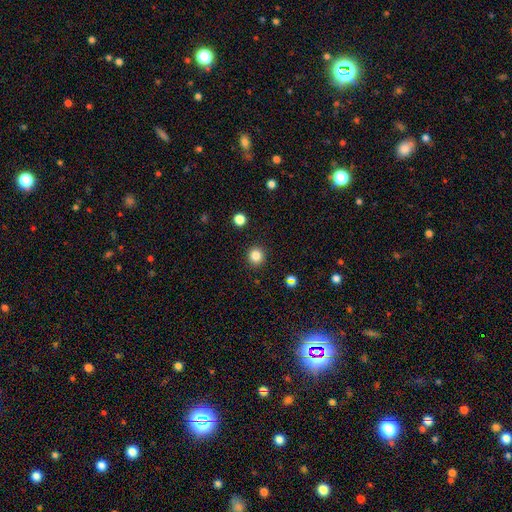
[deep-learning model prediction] smooth 83%, star or artifact 12%, featured or disk 5%. Down the decision tree: how rounded — round (93%); merging — none (92%).